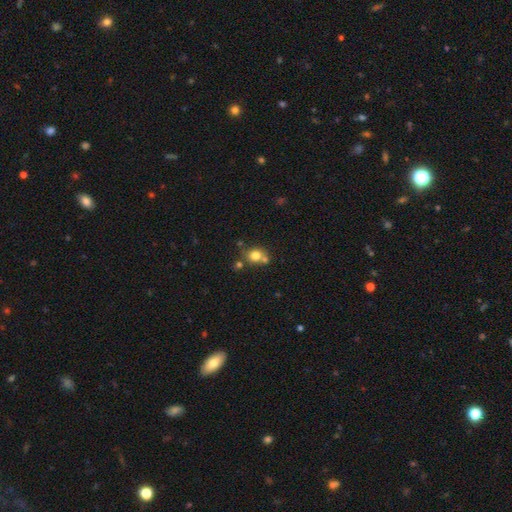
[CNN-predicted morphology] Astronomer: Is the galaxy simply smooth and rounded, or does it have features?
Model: smooth — 76%.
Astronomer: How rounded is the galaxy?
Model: round — 74%.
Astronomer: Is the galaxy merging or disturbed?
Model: none — 56%.